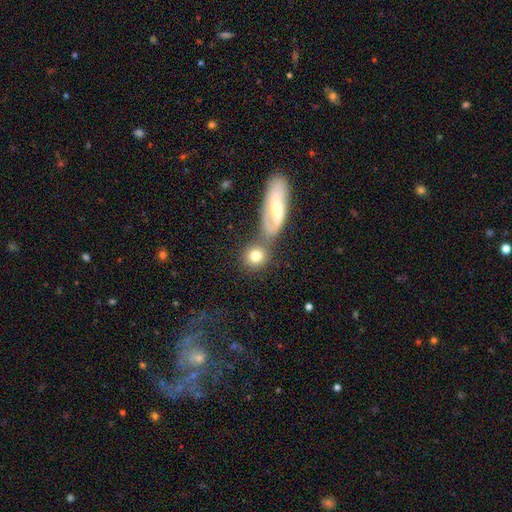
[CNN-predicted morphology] smooth 76%, featured or disk 16%, star or artifact 8%. Down the decision tree: how rounded — round (83%); merging — none (60%).